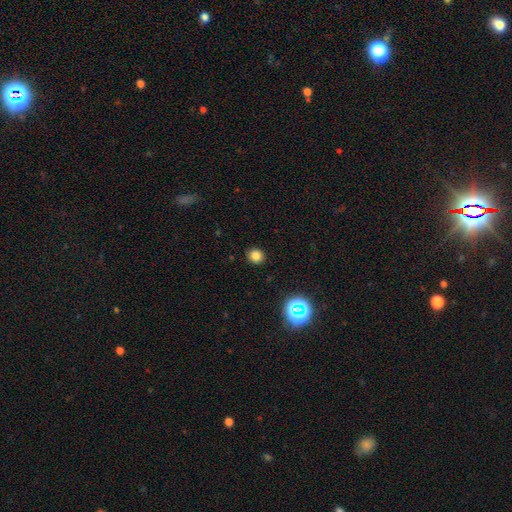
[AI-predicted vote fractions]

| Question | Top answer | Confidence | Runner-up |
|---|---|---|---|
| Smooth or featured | smooth | 80% | star or artifact (15%) |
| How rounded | round | 81% | in between (18%) |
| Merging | none | 91% | minor disturbance (6%) |